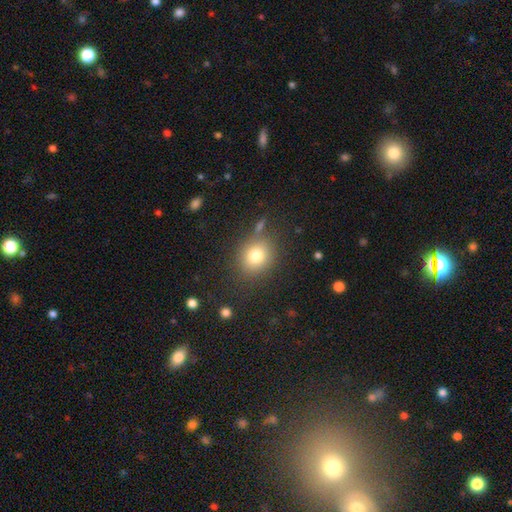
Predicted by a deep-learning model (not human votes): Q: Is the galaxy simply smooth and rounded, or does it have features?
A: smooth — 78%.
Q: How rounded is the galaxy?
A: round — 72%.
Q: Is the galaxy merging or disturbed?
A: none — 78%.